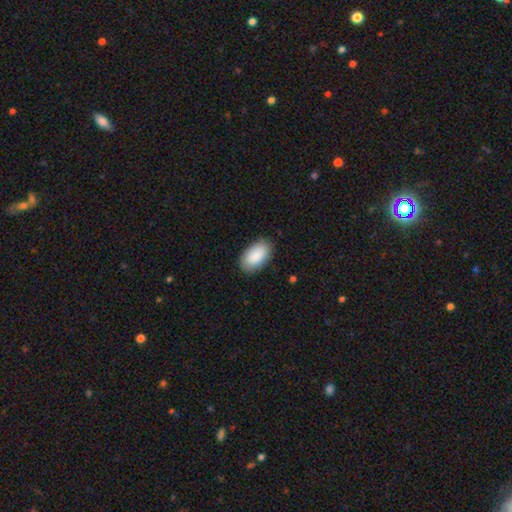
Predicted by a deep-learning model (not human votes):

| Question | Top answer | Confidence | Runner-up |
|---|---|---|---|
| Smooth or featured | smooth | 88% | featured or disk (7%) |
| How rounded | in between | 95% | round (4%) |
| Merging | none | 85% | minor disturbance (12%) |